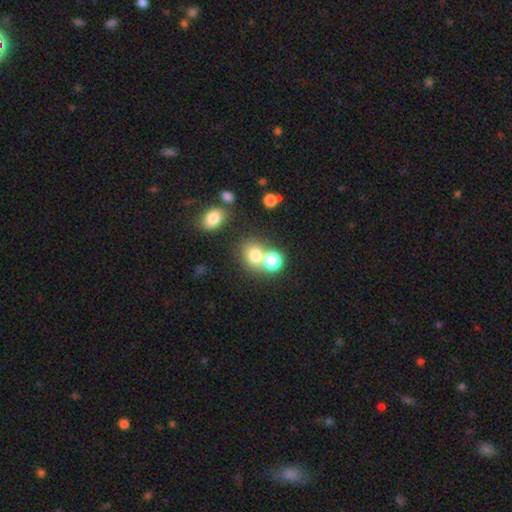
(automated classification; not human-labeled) Smooth or featured: smooth — 72% (star or artifact — 16%)
How rounded: round — 74% (in between — 25%)
Merging: none — 50% (merger — 38%)